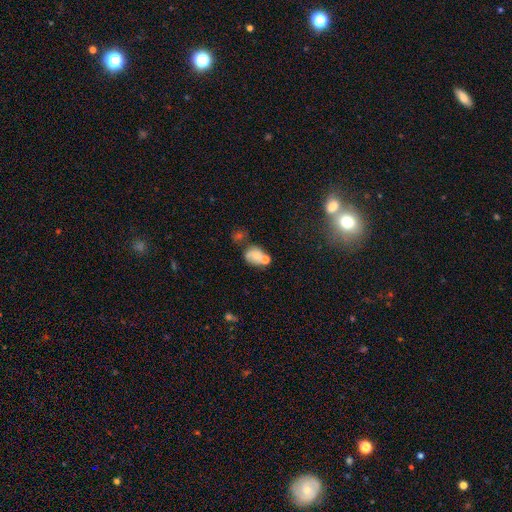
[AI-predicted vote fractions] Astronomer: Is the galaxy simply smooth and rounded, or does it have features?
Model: smooth — 65%.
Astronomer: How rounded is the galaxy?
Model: in between — 67%.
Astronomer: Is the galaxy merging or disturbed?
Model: none — 35% (runner-up: merger, 34%).